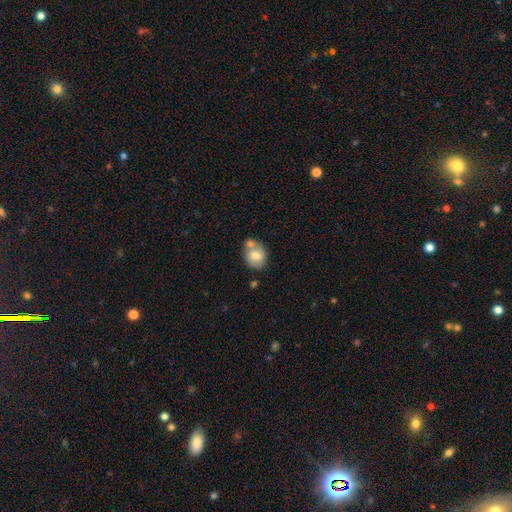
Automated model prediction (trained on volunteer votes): Q: Smooth or featured?
A: smooth (70%); runner-up: featured or disk (23%)
Q: How rounded?
A: in between (54%); runner-up: round (45%)
Q: Merging?
A: none (48%); runner-up: merger (32%)